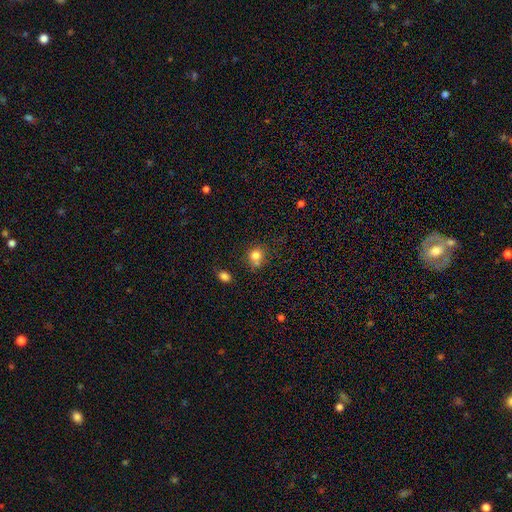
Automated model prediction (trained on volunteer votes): smooth_or_featured: smooth (p=0.80) [alt: star or artifact p=0.12]
how_rounded: round (p=0.75) [alt: in between p=0.24]
merging: none (p=0.57) [alt: minor disturbance p=0.20]